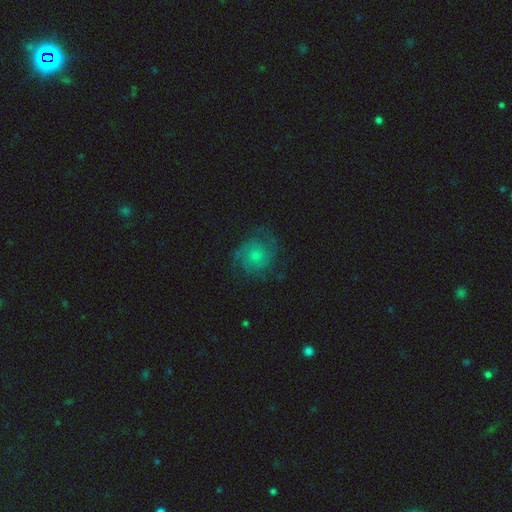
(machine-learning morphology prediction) The model was most divided on "spiral winding": tight: 42%, medium: 41%, loose: 16%. Remaining: edge-on disk — no (98%); spiral arms — yes (89%); bar — no (82%); merging — none (68%); bulge size — small (67%); smooth or featured — featured or disk (64%); spiral arm count — 2 (38%).